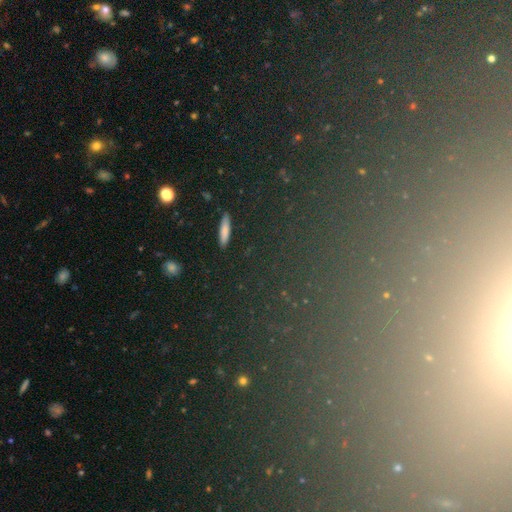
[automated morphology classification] star or artifact 71%, smooth 16%, featured or disk 13%.